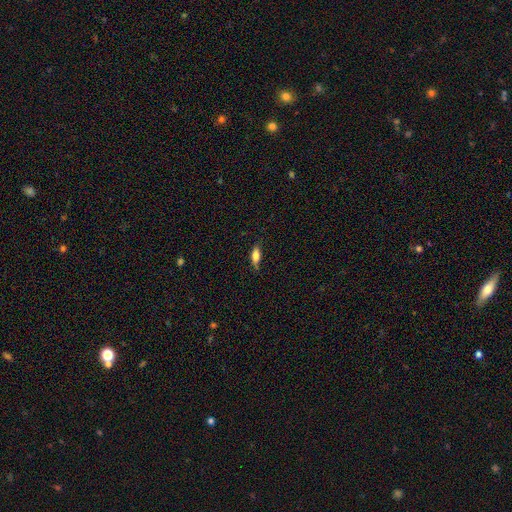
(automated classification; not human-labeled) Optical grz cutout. It shows a smooth galaxy with no disk features (72%) that is in between round and cigar-shaped (69%). Merging: none (72%).